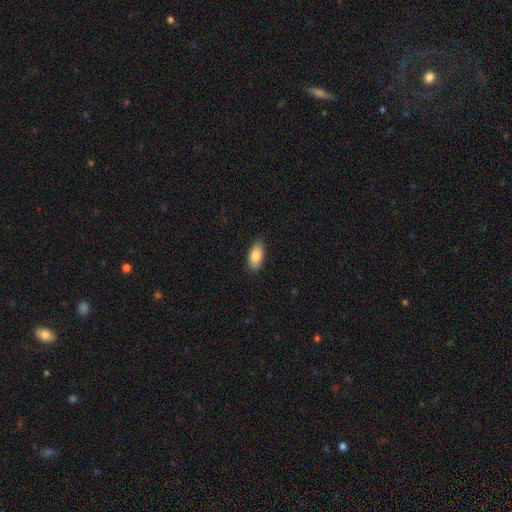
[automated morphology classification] Overall: smooth (83%). How rounded: in between (89%). Merging: none (85%).